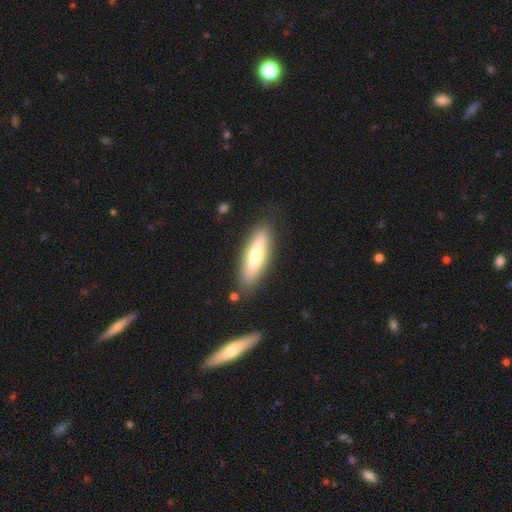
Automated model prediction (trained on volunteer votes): The model was most divided on "how rounded": cigar-shaped: 62%, in between: 37%, round: 2%. More confident: merging — none (83%); smooth or featured — smooth (68%).